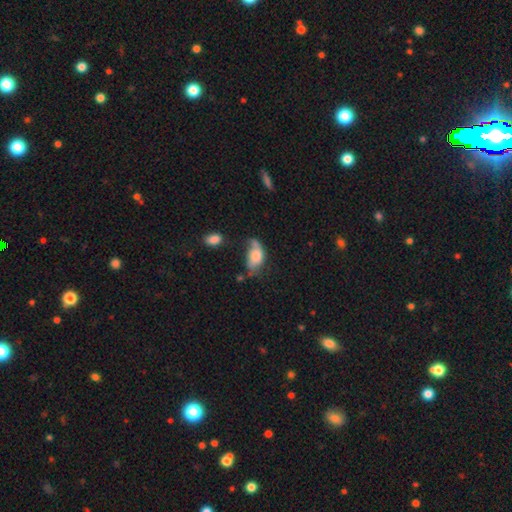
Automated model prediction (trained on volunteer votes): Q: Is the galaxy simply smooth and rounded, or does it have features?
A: smooth — 67%.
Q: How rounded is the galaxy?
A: in between — 90%.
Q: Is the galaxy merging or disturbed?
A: minor disturbance — 33%.